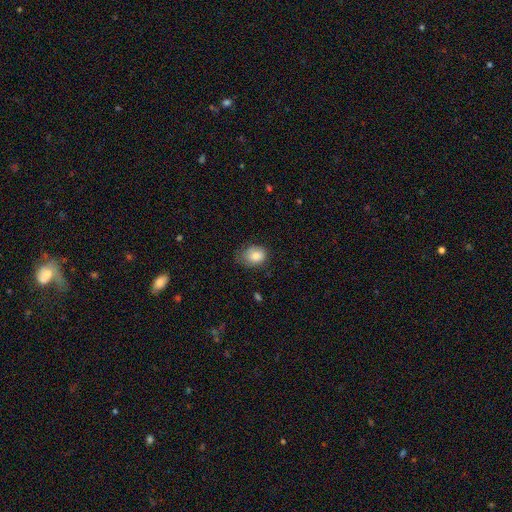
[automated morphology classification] smooth-or-featured: smooth: 83% | star or artifact: 8% | featured or disk: 8%
  how-rounded: in between: 55% | round: 44% | cigar-shaped: 1%
  merging: none: 63% | minor disturbance: 29% | major disturbance: 7% | merger: 1%